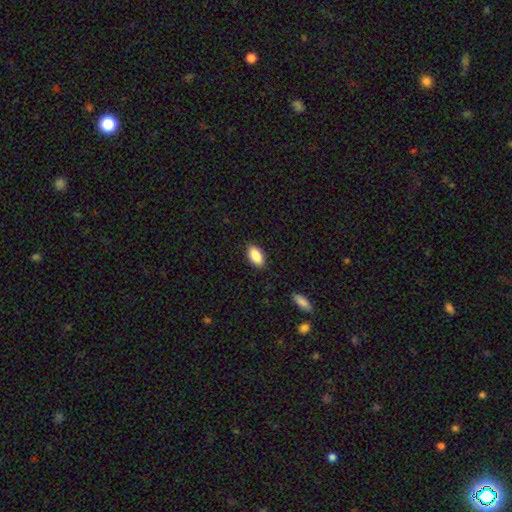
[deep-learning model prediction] Smooth or featured? smooth (89%)
How rounded? in between (94%)
Merging? none (88%)